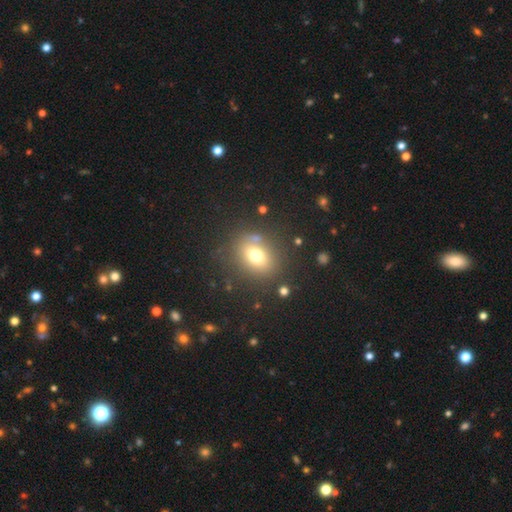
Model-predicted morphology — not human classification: Smooth or featured?
  - smooth: 70% *
  - star or artifact: 15%
  - featured or disk: 15%
How rounded?
  - round: 54% *
  - in between: 45%
  - cigar-shaped: 1%
Merging?
  - none: 78% *
  - minor disturbance: 11%
  - major disturbance: 6%
  - merger: 5%